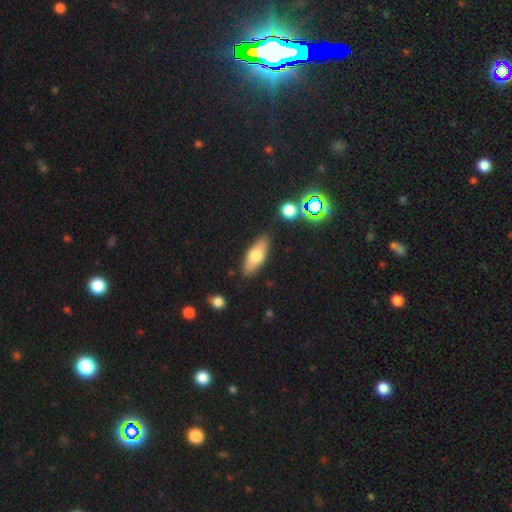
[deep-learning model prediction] Overall: smooth (64%; featured or disk 29%). How rounded: in between (70%). Merging: none (85%).